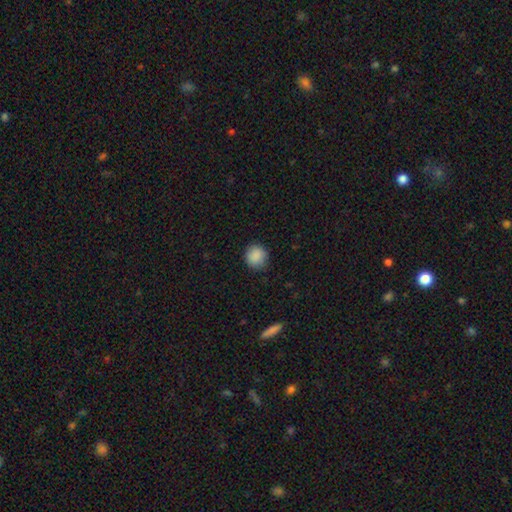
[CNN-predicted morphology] Overall: smooth (89%). How rounded: round (91%). Merging: none (88%).